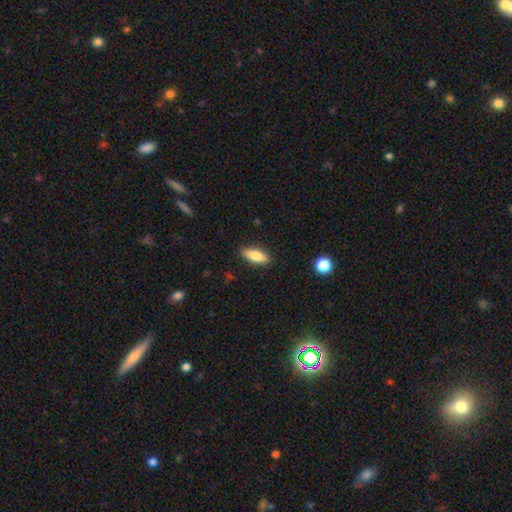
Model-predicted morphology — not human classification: The model was most divided on "how rounded": in between: 70%, cigar-shaped: 28%, round: 2%. More confident: merging — none (86%); smooth or featured — smooth (82%).